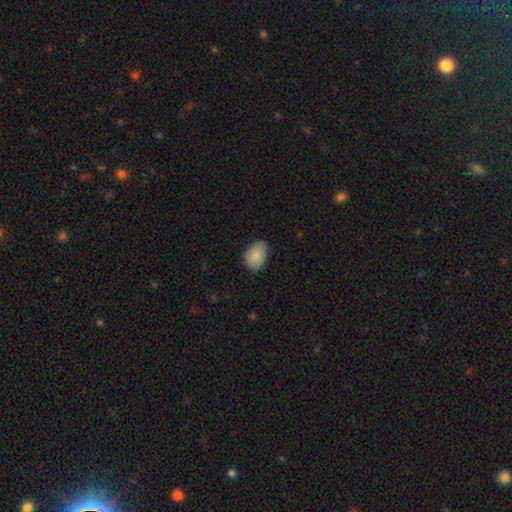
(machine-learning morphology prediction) smooth-or-featured: smooth: 86% | featured or disk: 7% | star or artifact: 7%
  how-rounded: in between: 83% | round: 16% | cigar-shaped: 1%
  merging: none: 73% | minor disturbance: 23% | major disturbance: 3% | merger: 1%